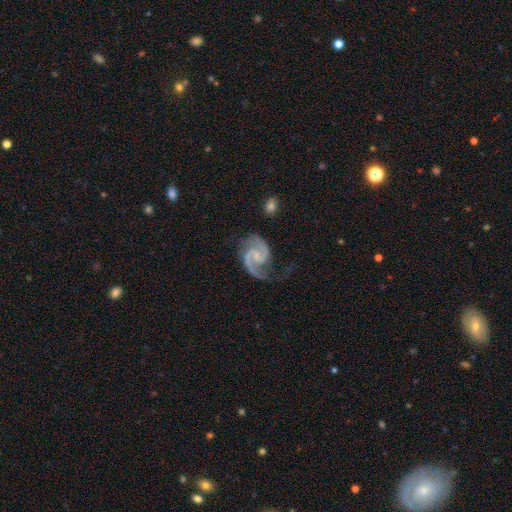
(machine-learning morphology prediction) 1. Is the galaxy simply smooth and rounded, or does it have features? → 93% featured or disk, 4% star or artifact, 3% smooth.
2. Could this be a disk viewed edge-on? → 98% no, 2% yes.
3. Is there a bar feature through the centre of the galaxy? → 45% weak (tied), 45% no (tied), 10% strong.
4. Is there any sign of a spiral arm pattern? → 98% yes, 2% no.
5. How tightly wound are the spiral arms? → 63% medium, 21% loose, 16% tight.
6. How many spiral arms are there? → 92% 2, 3% 1, 2% can't tell, 1% 3, 1% 4, 1% more than 4.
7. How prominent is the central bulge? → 60% small, 19% none, 19% moderate, 1% large, 1% dominant.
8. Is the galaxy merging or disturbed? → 67% none, 20% minor disturbance, 11% major disturbance, 2% merger.